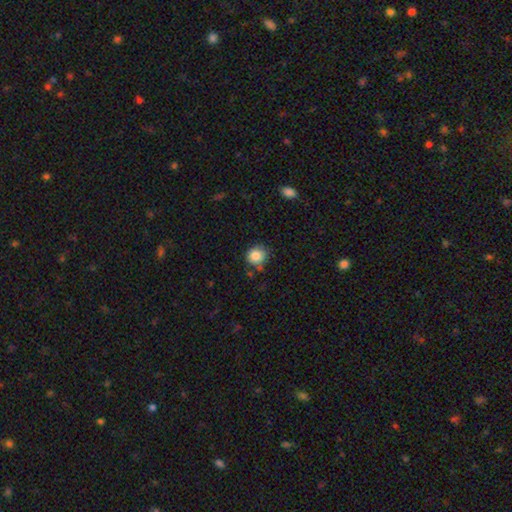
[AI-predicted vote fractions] A smooth galaxy with no disk features (84%) that is round (87%).

Vote fractions:
- Smooth or featured? smooth: 84% / star or artifact: 10% / featured or disk: 6%
- How rounded? round: 87% / in between: 12% / cigar-shaped: 1%
- Merging? none: 74% / minor disturbance: 17% / merger: 5% / major disturbance: 4%